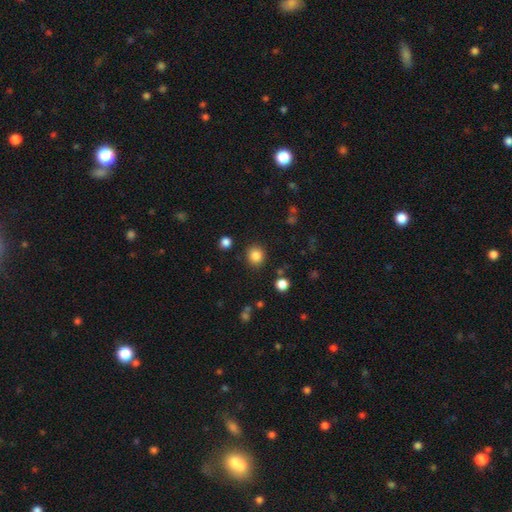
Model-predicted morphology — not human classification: This appears to be a smooth galaxy with no disk features (85%) that is round (86%). Merging: none (89%).